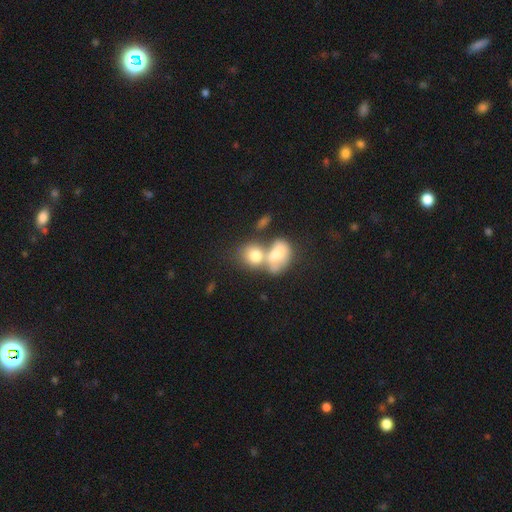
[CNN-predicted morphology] The model was most divided on "how rounded": in between: 50%, round: 49%, cigar-shaped: 1%. More confident: smooth or featured — smooth (74%); merging — merger (64%).